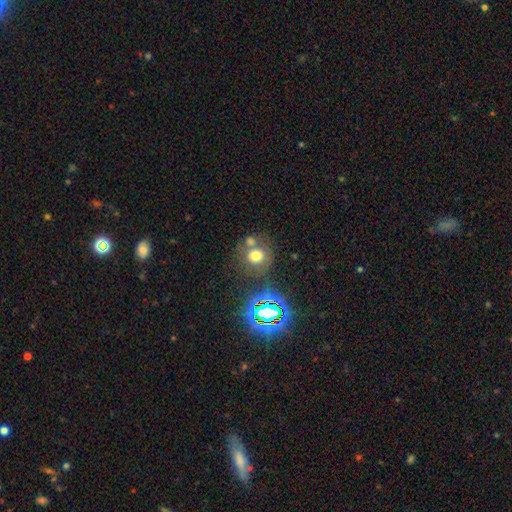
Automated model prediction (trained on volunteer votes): Morphology: type=smooth (66%); roundness=round (86%); merging=none (58%).